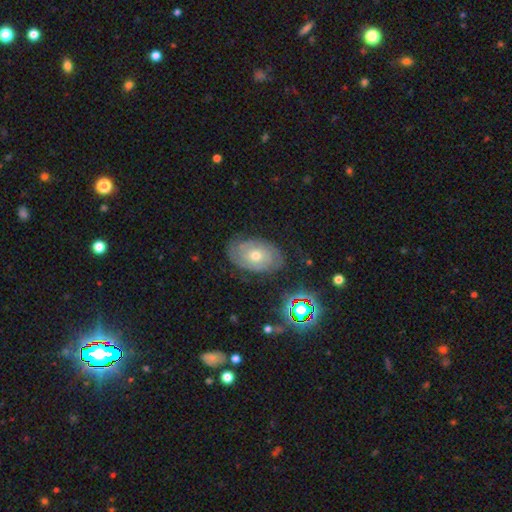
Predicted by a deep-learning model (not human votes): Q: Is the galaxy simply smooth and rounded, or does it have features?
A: featured or disk — 75%.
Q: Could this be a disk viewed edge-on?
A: no — 95%.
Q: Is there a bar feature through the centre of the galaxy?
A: no — 79%.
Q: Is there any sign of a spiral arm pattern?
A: yes — 89%.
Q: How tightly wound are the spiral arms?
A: tight — 77%.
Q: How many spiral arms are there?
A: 2 — 44%.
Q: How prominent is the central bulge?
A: moderate — 52%.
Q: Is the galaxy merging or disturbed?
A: none — 78%.